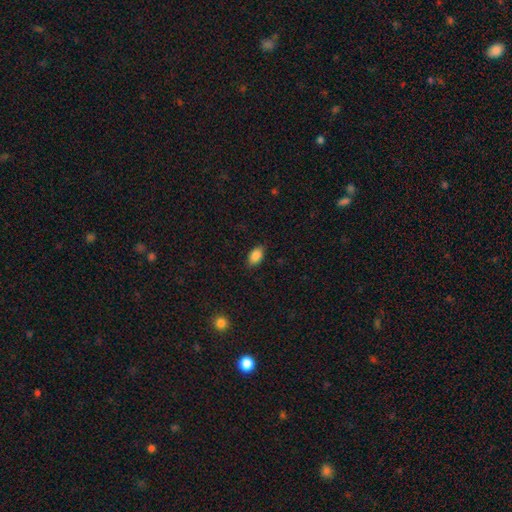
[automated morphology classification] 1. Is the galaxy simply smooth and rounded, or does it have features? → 86% smooth, 8% star or artifact, 6% featured or disk.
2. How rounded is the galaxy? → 90% in between, 7% round, 3% cigar-shaped.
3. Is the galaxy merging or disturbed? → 82% none, 14% minor disturbance, 3% major disturbance, 1% merger.